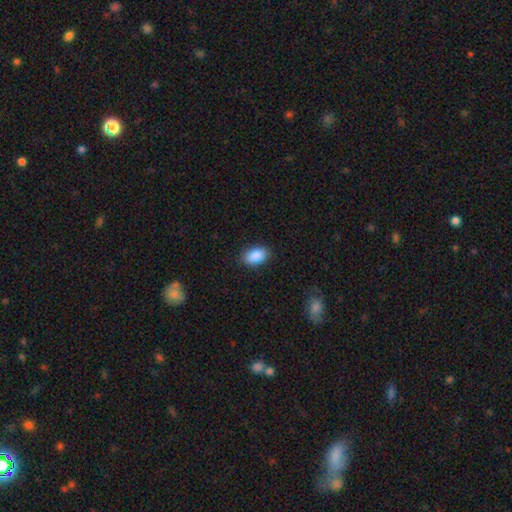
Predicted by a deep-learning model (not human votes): This is clearly a smooth galaxy (89%). How rounded: clearly in between (90%). Merging: clearly none (86%).